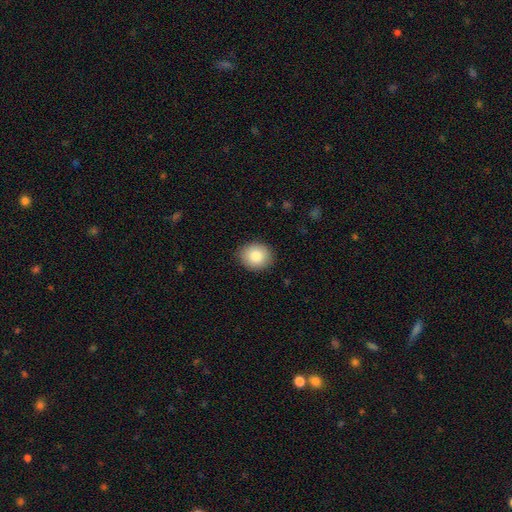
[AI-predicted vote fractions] This appears to be a smooth galaxy with no disk features (86%) that is round (65%). Merging: none (89%).